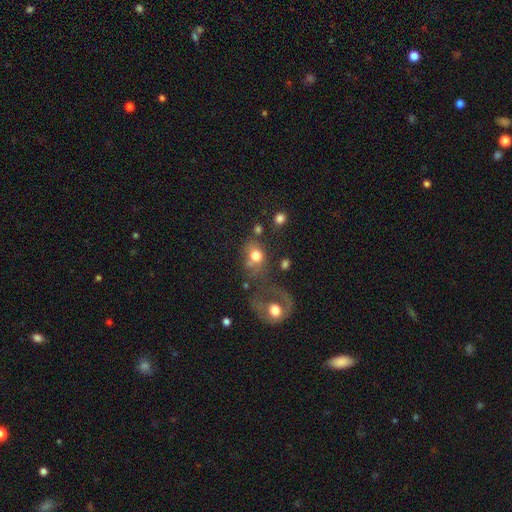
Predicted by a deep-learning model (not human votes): Overall: smooth (67%). How rounded: round (49%, tied with in between). Merging: merger (33%; none 32%).